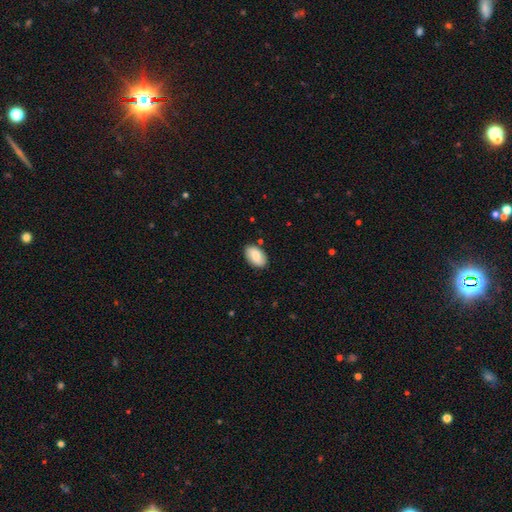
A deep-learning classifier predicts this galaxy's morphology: type=smooth (80%); roundness=in between (92%); merging=none (86%).